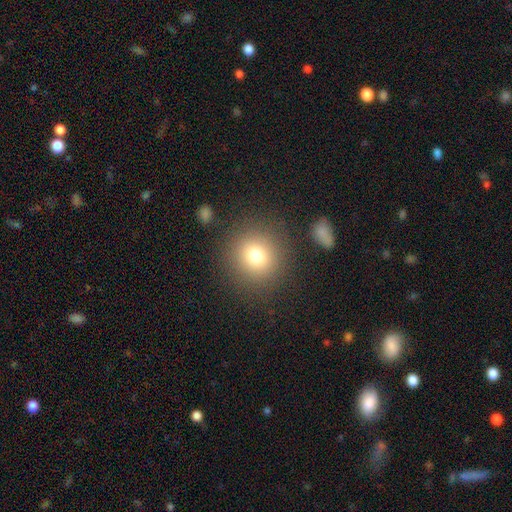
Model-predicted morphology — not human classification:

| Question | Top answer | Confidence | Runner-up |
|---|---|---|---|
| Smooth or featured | smooth | 76% | star or artifact (14%) |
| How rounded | round | 92% | in between (7%) |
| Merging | none | 86% | minor disturbance (7%) |